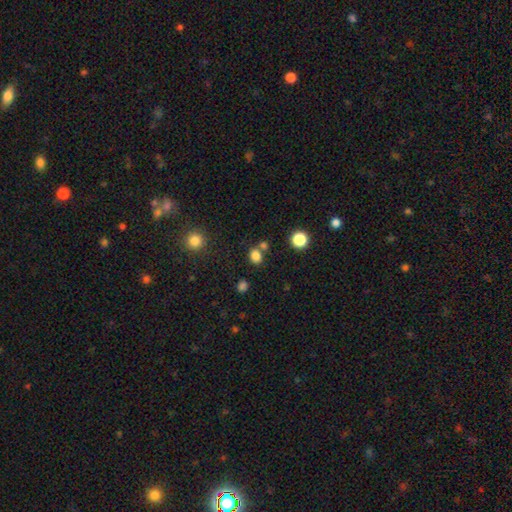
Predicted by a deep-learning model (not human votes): A smooth galaxy with no disk features (81%) that is round (54%).

Vote fractions:
- Smooth or featured? smooth: 81% / star or artifact: 14% / featured or disk: 5%
- How rounded? round: 54% / in between: 45% / cigar-shaped: 1%
- Merging? none: 67% / merger: 19% / minor disturbance: 10% / major disturbance: 4%